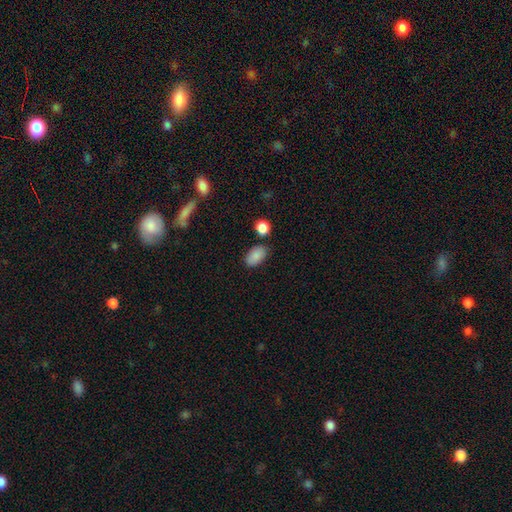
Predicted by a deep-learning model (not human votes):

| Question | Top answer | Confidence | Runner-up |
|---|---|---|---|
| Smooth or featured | smooth | 87% | star or artifact (8%) |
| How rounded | in between | 93% | round (6%) |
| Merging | none | 78% | minor disturbance (13%) |